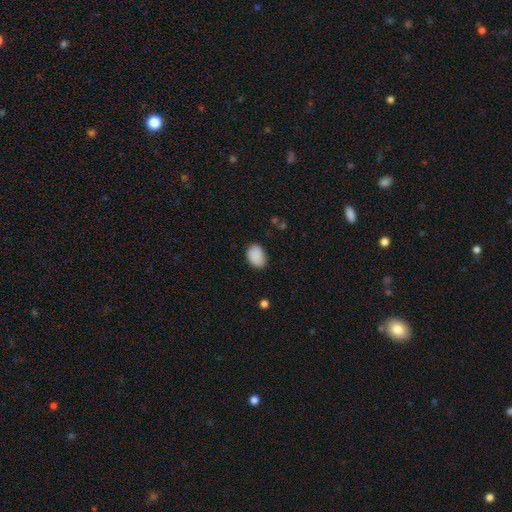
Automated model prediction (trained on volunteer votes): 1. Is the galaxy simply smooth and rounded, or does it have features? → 89% smooth, 7% star or artifact, 3% featured or disk.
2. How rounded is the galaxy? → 83% in between, 16% round, 1% cigar-shaped.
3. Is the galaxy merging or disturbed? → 81% none, 15% minor disturbance, 3% major disturbance, 1% merger.